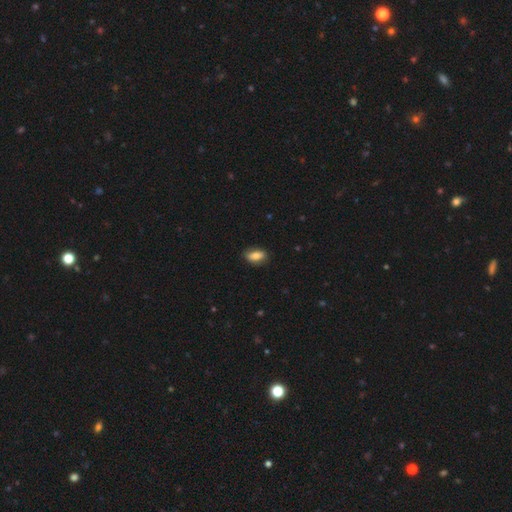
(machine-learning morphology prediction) Smooth or featured?
  - smooth: 78% *
  - featured or disk: 14%
  - star or artifact: 7%
How rounded?
  - in between: 89% *
  - round: 6%
  - cigar-shaped: 6%
Merging?
  - none: 82% *
  - minor disturbance: 14%
  - major disturbance: 3%
  - merger: 1%